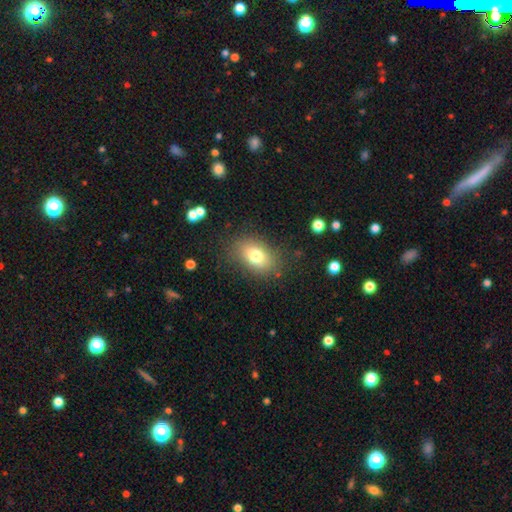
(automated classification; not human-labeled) This is likely a smooth galaxy (76%). How rounded: clearly in between (81%). Merging: clearly none (81%).